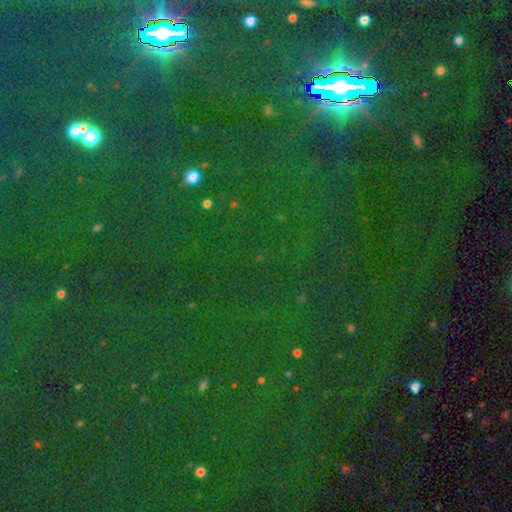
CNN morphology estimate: Smooth or featured: star or artifact — 81% (smooth — 11%)